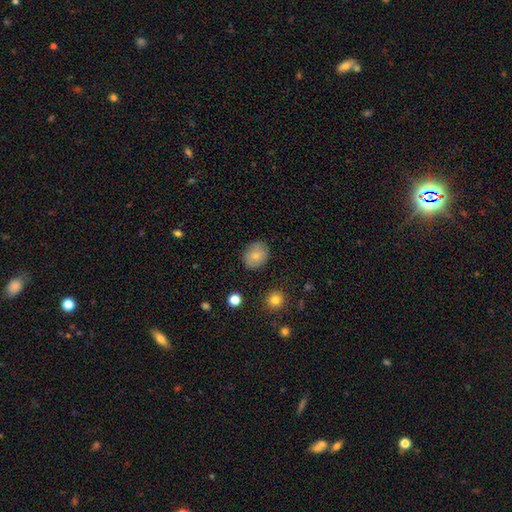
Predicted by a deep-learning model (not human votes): Smooth or featured? smooth (80%)
How rounded? round (57%)
Merging? none (81%)